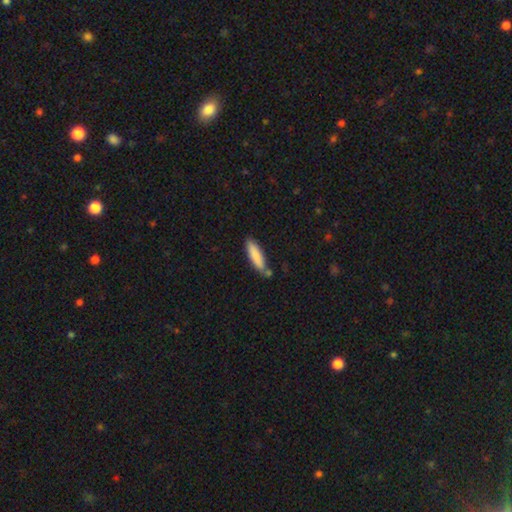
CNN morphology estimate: Q: Smooth or featured?
A: smooth (85%); runner-up: featured or disk (9%)
Q: How rounded?
A: cigar-shaped (67%); runner-up: in between (31%)
Q: Merging?
A: none (64%); runner-up: minor disturbance (20%)